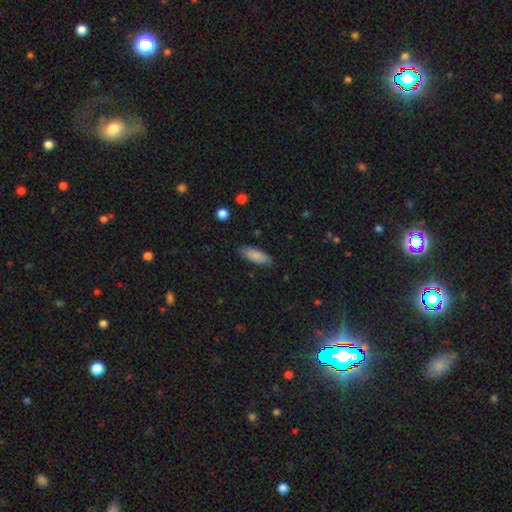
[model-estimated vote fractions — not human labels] smooth-or-featured: smooth: 85% | featured or disk: 8% | star or artifact: 6%
  how-rounded: in between: 67% | cigar-shaped: 32% | round: 2%
  merging: none: 84% | minor disturbance: 13% | major disturbance: 2% | merger: 1%